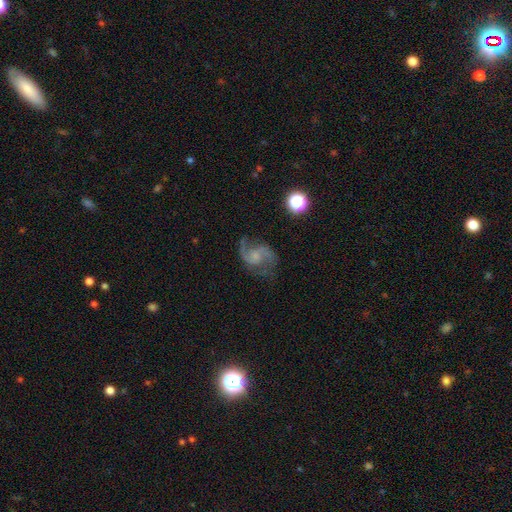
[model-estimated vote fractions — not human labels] A featured or disk galaxy (85%) with no bar (60%), 2 (89%) medium (47%) spiral arms (96%) and a small central bulge (44%). Merging: none (63%).